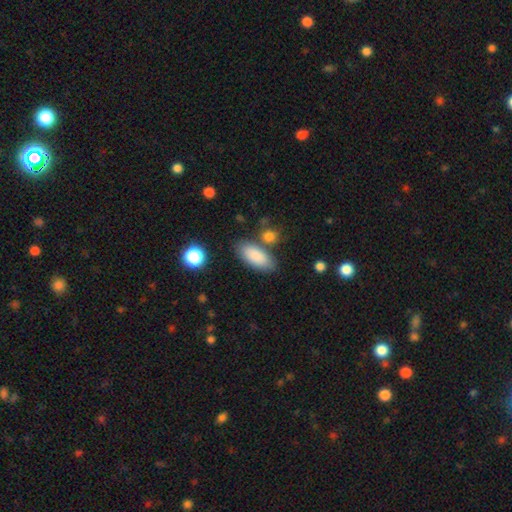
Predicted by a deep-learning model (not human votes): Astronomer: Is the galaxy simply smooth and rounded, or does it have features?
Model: smooth — 86%.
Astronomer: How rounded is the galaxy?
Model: in between — 87%.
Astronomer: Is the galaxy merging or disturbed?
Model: none — 74%.